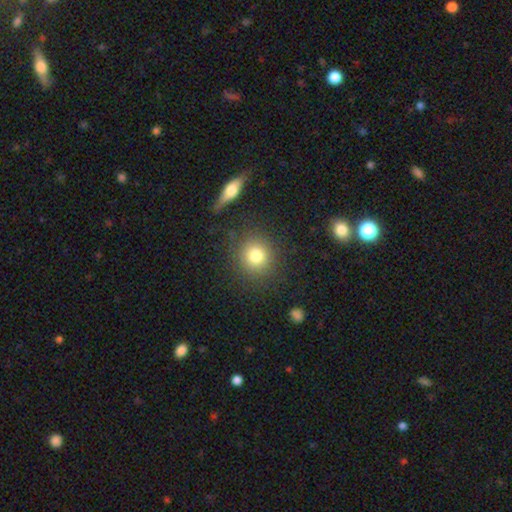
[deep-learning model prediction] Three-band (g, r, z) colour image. It shows a smooth galaxy with no disk features (80%) that is round (91%). Merging: none (86%).